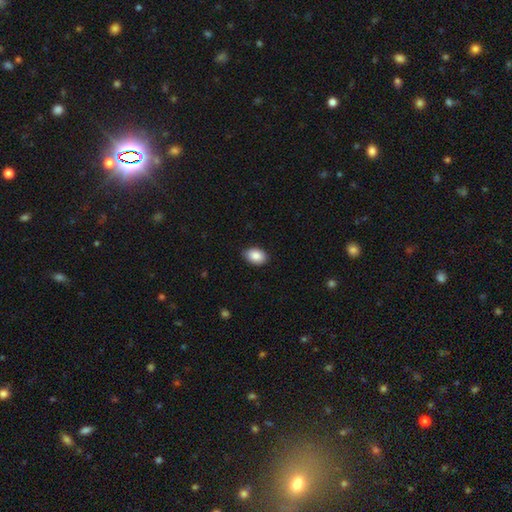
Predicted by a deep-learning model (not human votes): smooth_or_featured: smooth (p=0.89) [alt: star or artifact p=0.07]
how_rounded: in between (p=0.84) [alt: round p=0.15]
merging: none (p=0.86) [alt: minor disturbance p=0.11]